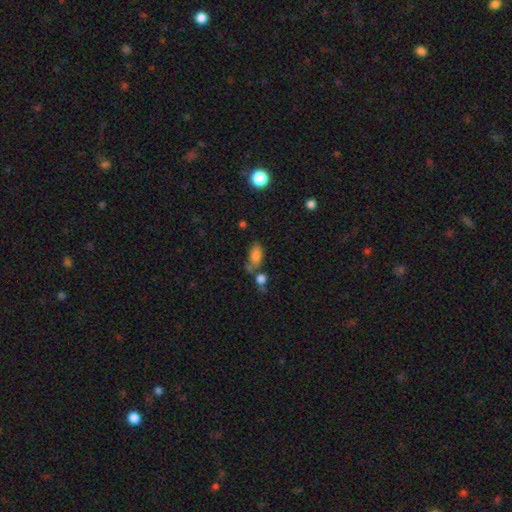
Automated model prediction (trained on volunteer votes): Q: Smooth or featured?
A: smooth (79%); runner-up: star or artifact (11%)
Q: How rounded?
A: in between (88%); runner-up: cigar-shaped (6%)
Q: Merging?
A: none (45%); runner-up: merger (27%)